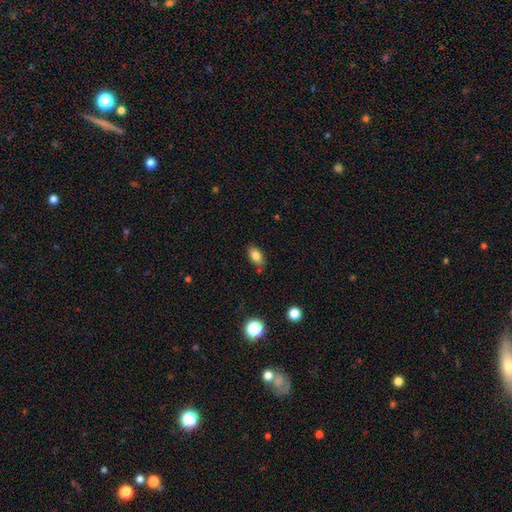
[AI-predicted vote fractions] Smooth or featured?
  - smooth: 82% *
  - star or artifact: 9%
  - featured or disk: 8%
How rounded?
  - in between: 89% *
  - round: 8%
  - cigar-shaped: 3%
Merging?
  - none: 79% *
  - minor disturbance: 14%
  - merger: 4%
  - major disturbance: 3%